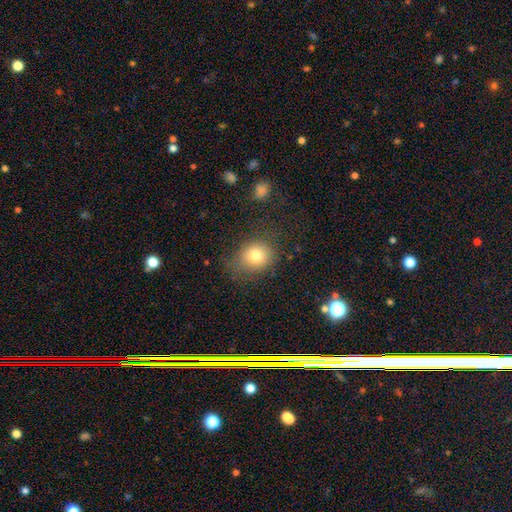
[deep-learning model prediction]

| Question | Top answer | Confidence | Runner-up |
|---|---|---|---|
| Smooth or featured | smooth | 78% | star or artifact (12%) |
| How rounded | round | 65% | in between (34%) |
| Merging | none | 71% | minor disturbance (19%) |